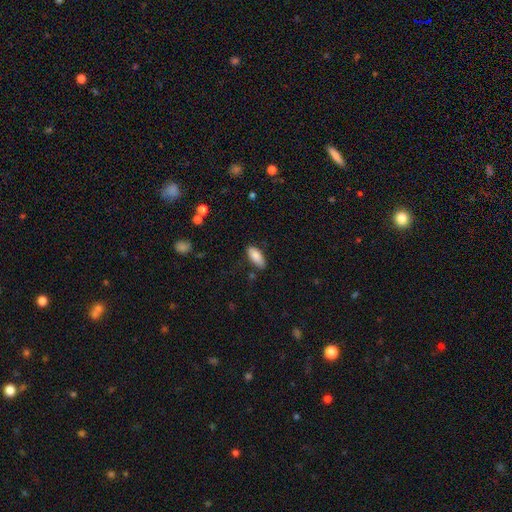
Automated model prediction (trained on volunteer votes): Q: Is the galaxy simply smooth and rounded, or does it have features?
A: smooth — 86%.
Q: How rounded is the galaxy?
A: in between — 83%.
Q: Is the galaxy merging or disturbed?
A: none — 80%.